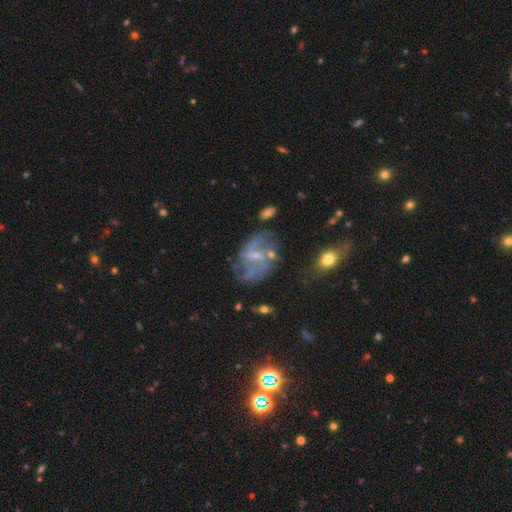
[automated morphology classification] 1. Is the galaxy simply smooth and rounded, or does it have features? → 71% featured or disk, 18% smooth, 11% star or artifact.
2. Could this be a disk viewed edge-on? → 97% no, 3% yes.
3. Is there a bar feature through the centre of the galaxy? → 49% weak, 34% no, 17% strong.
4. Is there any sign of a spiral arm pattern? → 72% yes, 28% no.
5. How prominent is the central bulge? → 61% small, 20% moderate, 16% none, 2% large, 1% dominant.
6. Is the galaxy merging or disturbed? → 48% none, 22% major disturbance, 22% minor disturbance, 9% merger.